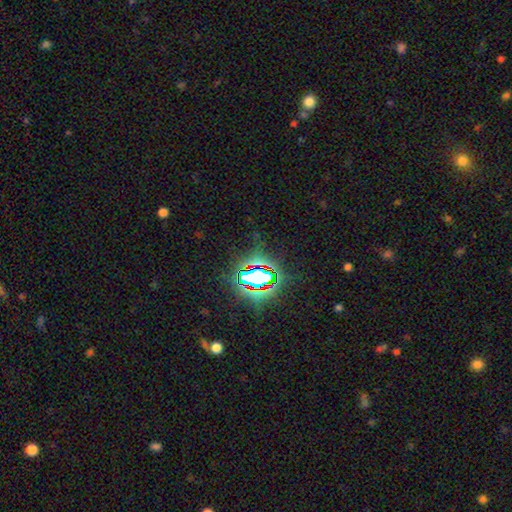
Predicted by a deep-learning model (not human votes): smooth_or_featured: star or artifact (p=0.82) [alt: smooth p=0.10]